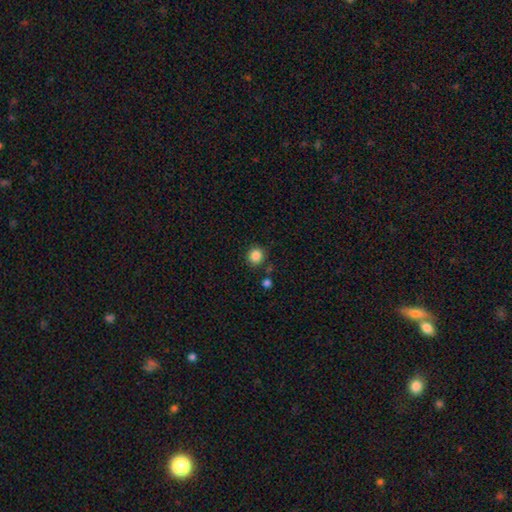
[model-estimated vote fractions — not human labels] The model was most divided on "smooth or featured": smooth: 86%, star or artifact: 11%, featured or disk: 4%. More confident: how rounded — round (88%); merging — none (84%).